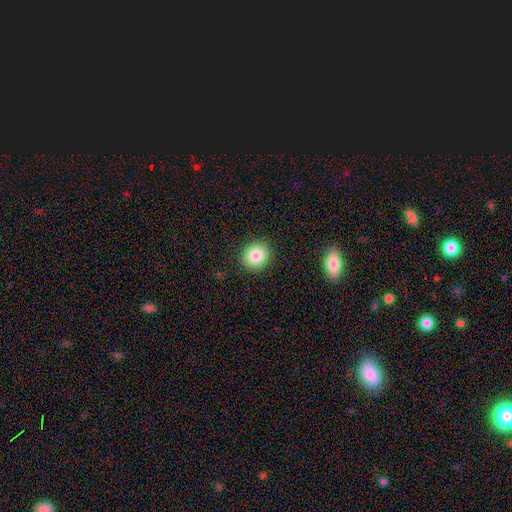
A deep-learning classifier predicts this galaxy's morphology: smooth 83%, star or artifact 9%, featured or disk 8%. Down the decision tree: how rounded — round (86%); merging — none (90%).